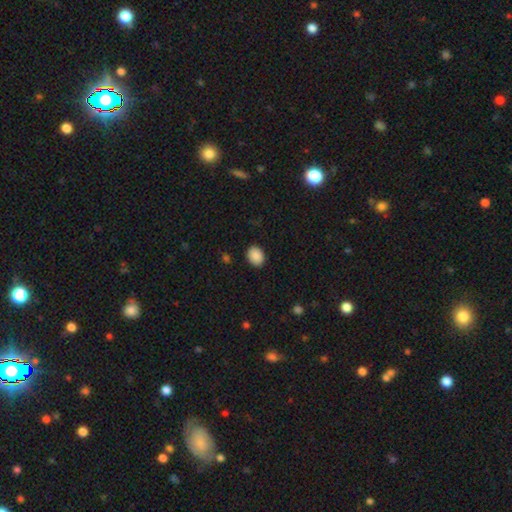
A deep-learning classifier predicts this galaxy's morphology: The model was most divided on "how rounded": in between: 60%, round: 39%, cigar-shaped: 1%. More confident: smooth or featured — smooth (89%); merging — none (89%).